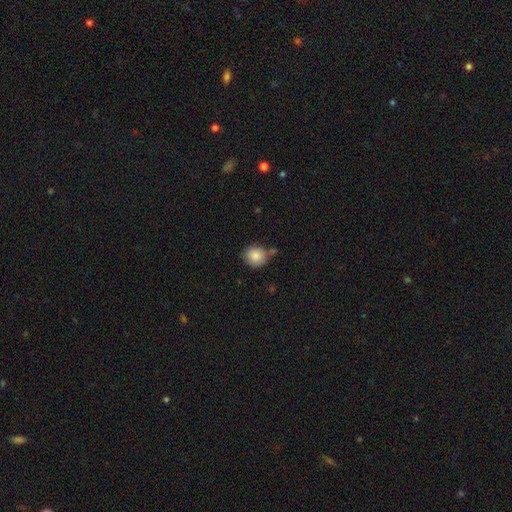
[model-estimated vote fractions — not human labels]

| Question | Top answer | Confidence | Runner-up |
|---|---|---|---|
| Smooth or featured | smooth | 87% | star or artifact (8%) |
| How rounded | round | 87% | in between (12%) |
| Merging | none | 67% | minor disturbance (17%) |